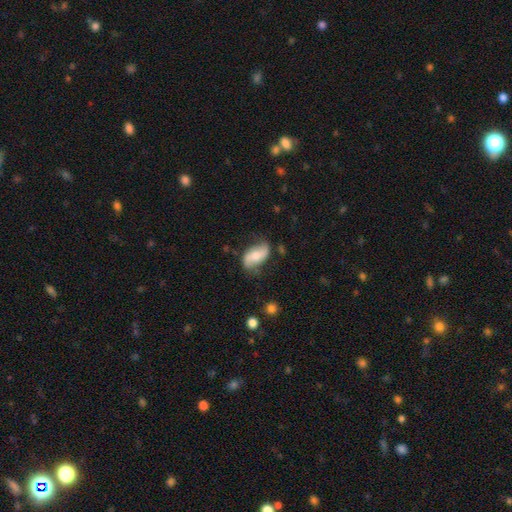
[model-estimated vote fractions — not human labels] This appears to be a featured or disk galaxy (52%). Merging: none (67%).